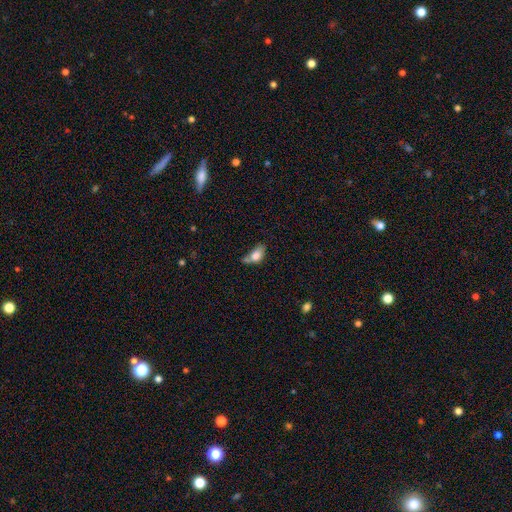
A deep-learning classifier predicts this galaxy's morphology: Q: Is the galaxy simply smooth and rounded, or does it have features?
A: smooth — 77%.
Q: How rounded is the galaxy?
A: in between — 86%.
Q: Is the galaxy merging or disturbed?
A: none — 29%, tied with merger.